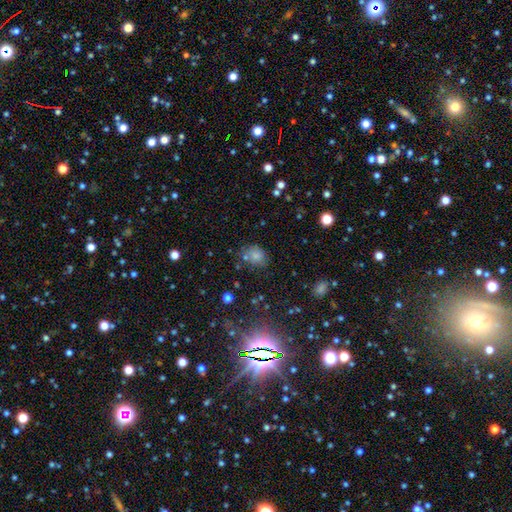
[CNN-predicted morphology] Overall: smooth (74%). How rounded: in between (54%; round 45%). Merging: none (63%).